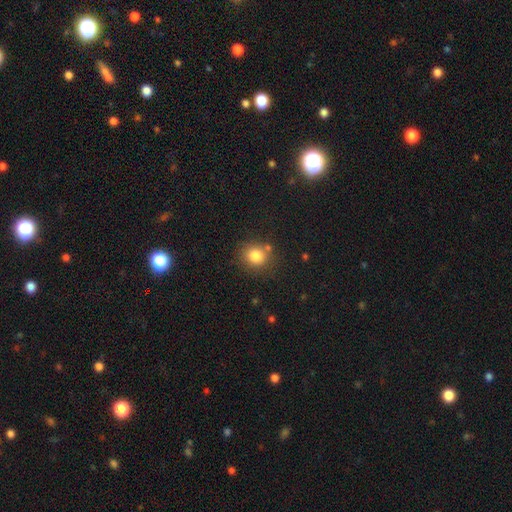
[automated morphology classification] Smooth or featured? Predicted: smooth (p=0.82). How rounded? Predicted: round (p=0.83). Merging? Predicted: none (p=0.77).